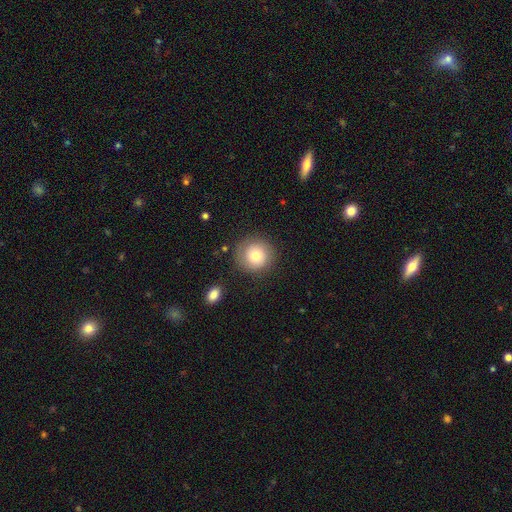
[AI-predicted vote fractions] This is likely a smooth galaxy (78%). How rounded: clearly round (93%). Merging: clearly none (84%).